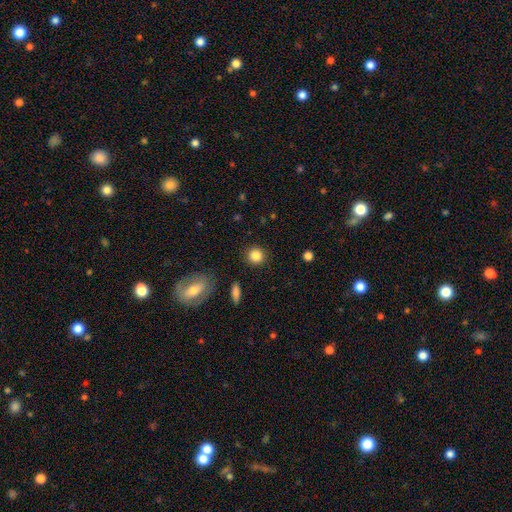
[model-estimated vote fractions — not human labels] This appears to be a smooth galaxy with no disk features (86%) that is round (90%). Merging: none (90%).